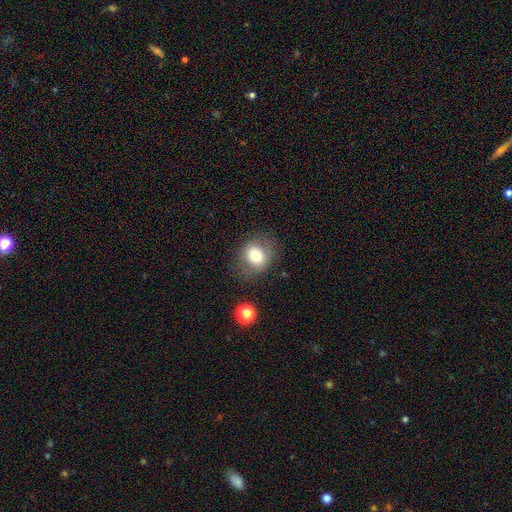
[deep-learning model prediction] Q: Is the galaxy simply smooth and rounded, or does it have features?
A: smooth — 72%.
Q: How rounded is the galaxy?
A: round — 64%.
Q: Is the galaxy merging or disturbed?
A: none — 72%.